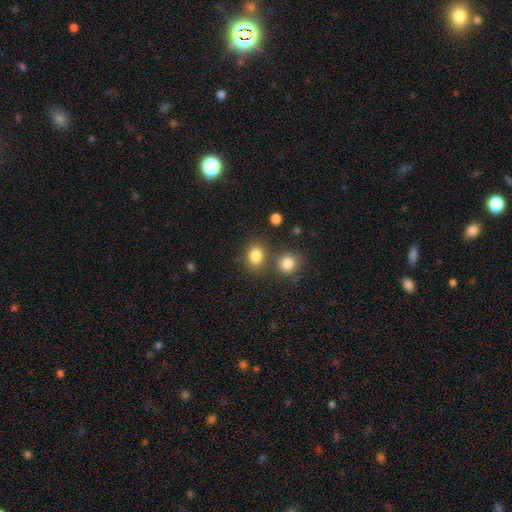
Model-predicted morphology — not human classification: Smooth or featured: smooth — 83% (star or artifact — 11%)
How rounded: round — 51% (in between — 48%)
Merging: none — 67% (merger — 19%)